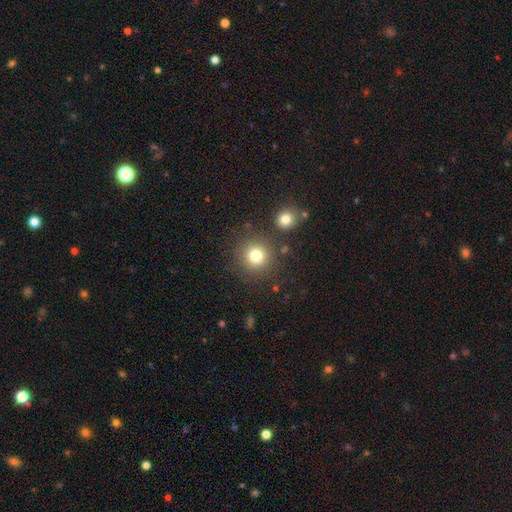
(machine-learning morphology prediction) Smooth or featured? Predicted: smooth (p=0.79). How rounded? Predicted: round (p=0.94). Merging? Predicted: none (p=0.83).